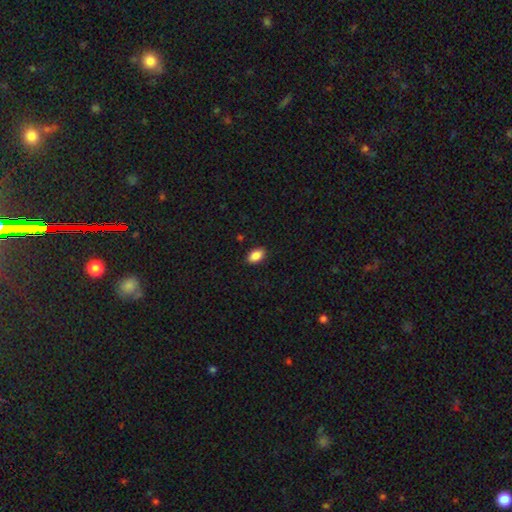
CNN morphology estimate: Smooth or featured: smooth — 89% (star or artifact — 8%)
How rounded: in between — 91% (round — 7%)
Merging: none — 89% (minor disturbance — 8%)